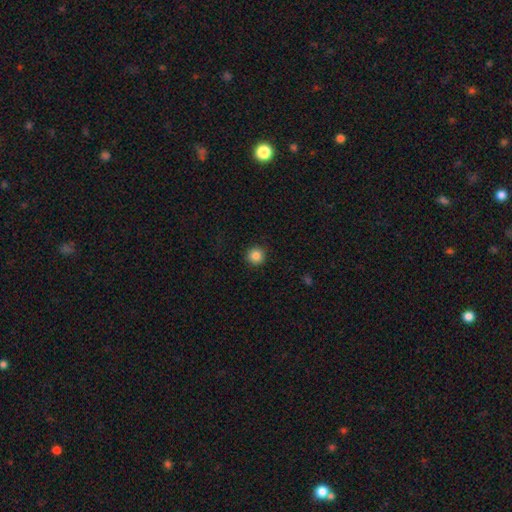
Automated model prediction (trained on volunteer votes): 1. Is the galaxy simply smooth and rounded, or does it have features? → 86% smooth, 10% star or artifact, 4% featured or disk.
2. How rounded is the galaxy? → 96% round, 4% in between, 1% cigar-shaped.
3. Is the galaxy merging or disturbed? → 92% none, 5% minor disturbance, 2% major disturbance, 1% merger.